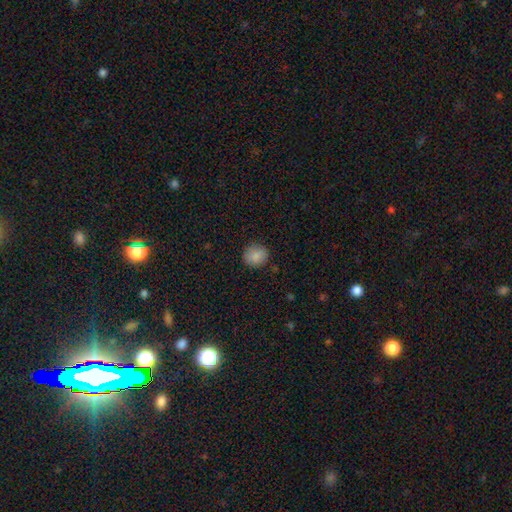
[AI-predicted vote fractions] smooth 86%, star or artifact 8%, featured or disk 5%. Down the decision tree: how rounded — round (89%); merging — none (88%).